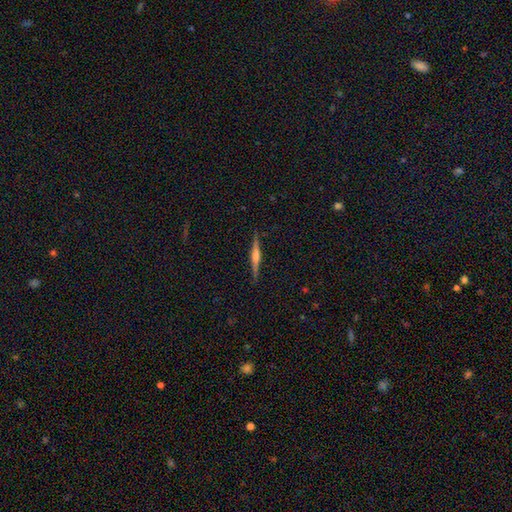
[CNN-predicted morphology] This is likely a featured or disk galaxy (78%). It is clearly viewed edge-on (98%). Edge-on bulge: likely rounded (77%). Merging: clearly none (91%).